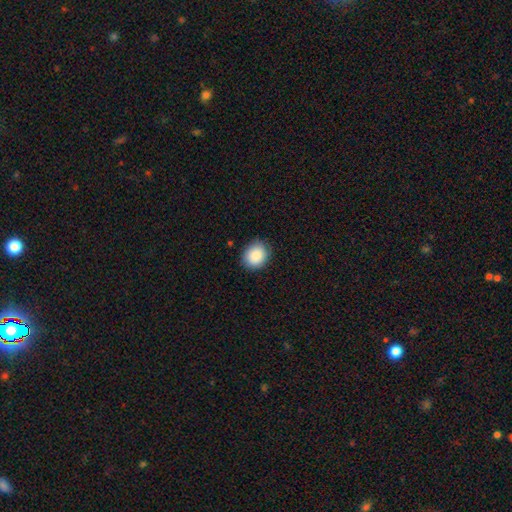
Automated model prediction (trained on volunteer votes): Smooth or featured: smooth — 88% (star or artifact — 7%)
How rounded: round — 66% (in between — 33%)
Merging: none — 86% (minor disturbance — 11%)